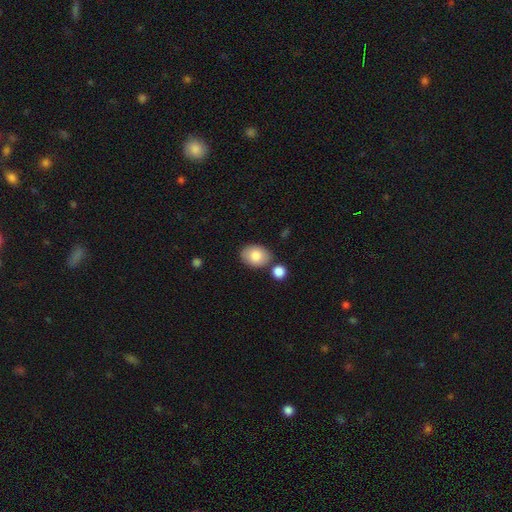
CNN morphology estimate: Overall: smooth (83%). How rounded: in between (75%). Merging: none (74%).